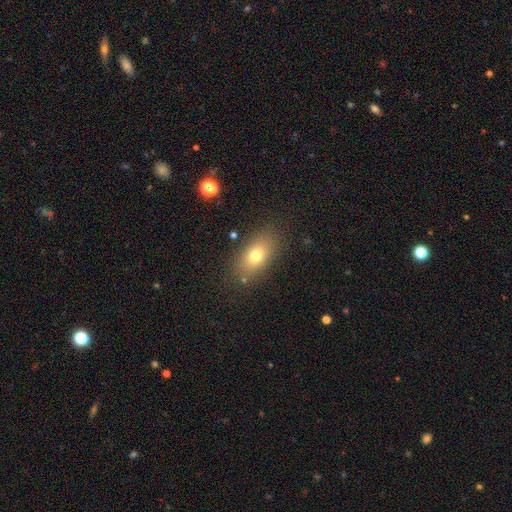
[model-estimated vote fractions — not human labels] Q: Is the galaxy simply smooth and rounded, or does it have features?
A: smooth — 73%.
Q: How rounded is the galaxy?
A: in between — 85%.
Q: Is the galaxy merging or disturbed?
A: none — 82%.